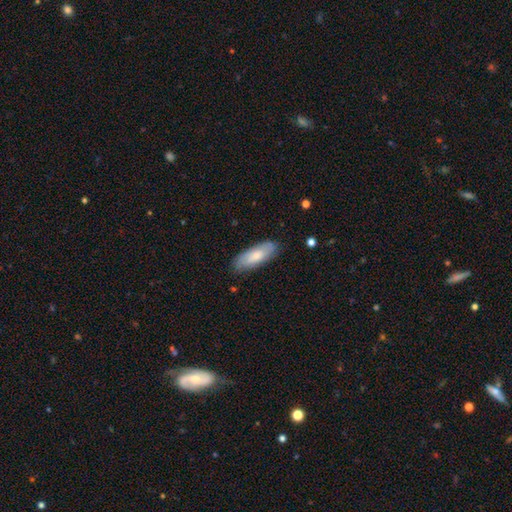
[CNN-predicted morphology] type=smooth (69%); roundness=in between (68%); merging=none (81%).